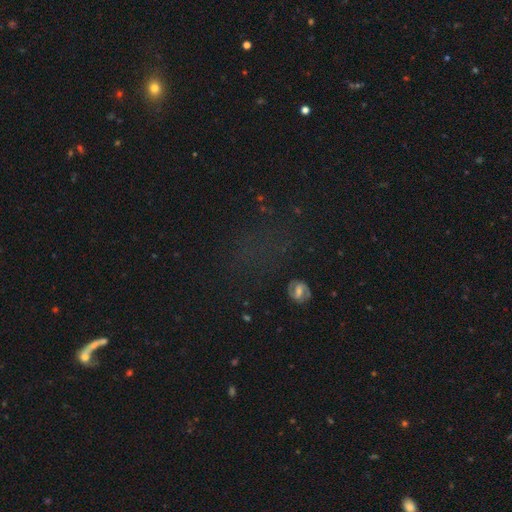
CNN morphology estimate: Smooth or featured? Predicted: star or artifact (p=0.62).